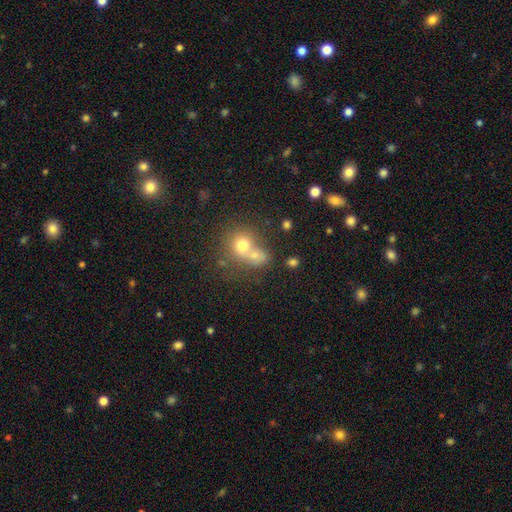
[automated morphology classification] smooth_or_featured: smooth (p=0.68) [alt: featured or disk p=0.18]
how_rounded: round (p=0.64) [alt: in between p=0.35]
merging: merger (p=0.62) [alt: none p=0.25]